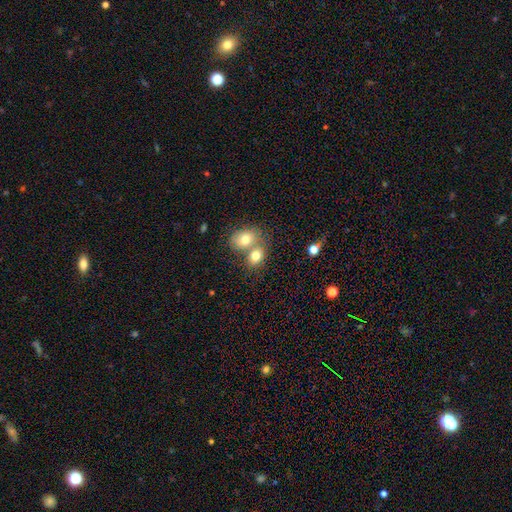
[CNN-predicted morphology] Smooth or featured? Predicted: smooth (p=0.76). How rounded? Predicted: in between (p=0.63). Merging? Predicted: merger (p=0.59).